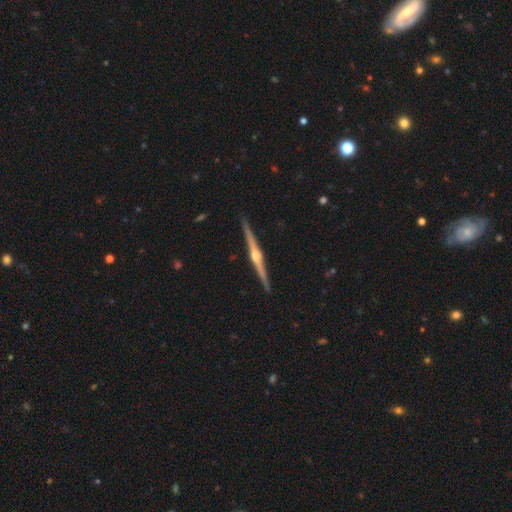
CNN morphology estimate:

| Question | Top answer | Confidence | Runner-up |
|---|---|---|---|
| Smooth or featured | featured or disk | 88% | smooth (8%) |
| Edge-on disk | yes | 99% | no (1%) |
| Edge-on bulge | rounded | 94% | boxy (4%) |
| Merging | none | 93% | minor disturbance (5%) |